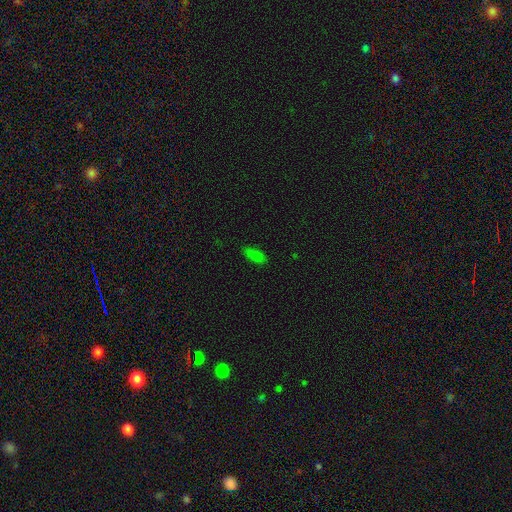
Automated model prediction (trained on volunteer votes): Smooth or featured? Predicted: smooth (p=0.76). How rounded? Predicted: in between (p=0.72). Merging? Predicted: none (p=0.74).